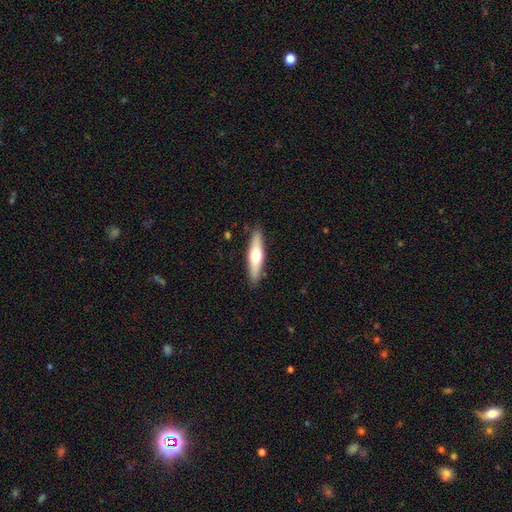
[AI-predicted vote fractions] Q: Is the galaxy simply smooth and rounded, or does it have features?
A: smooth — 49%.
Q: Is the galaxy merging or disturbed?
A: none — 88%.